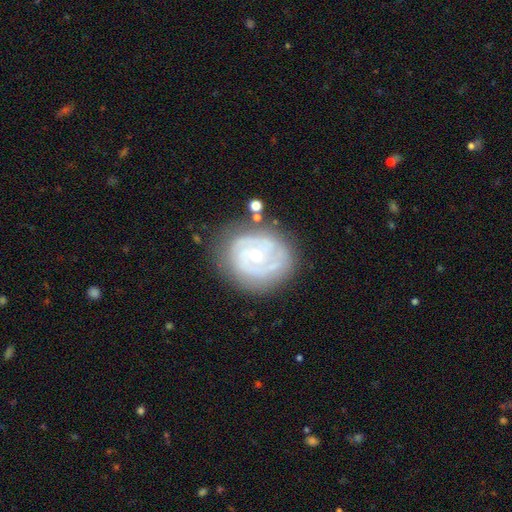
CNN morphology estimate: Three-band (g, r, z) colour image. It shows a featured or disk galaxy (82%) with no bar (73%), 2 (41%) tight (69%) spiral arms (92%) and a small central bulge (60%). Merging: none (75%).